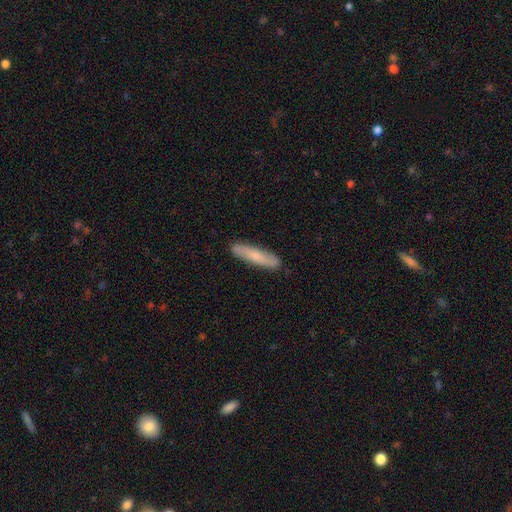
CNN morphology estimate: smooth-or-featured: smooth: 64% | featured or disk: 30% | star or artifact: 6%
  how-rounded: cigar-shaped: 82% | in between: 16% | round: 2%
  merging: none: 87% | minor disturbance: 10% | major disturbance: 2% | merger: 1%